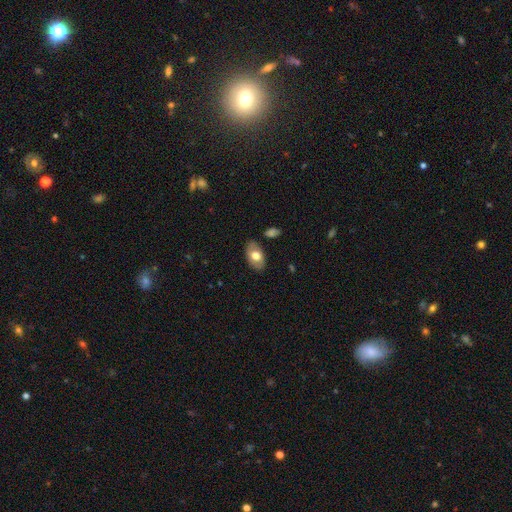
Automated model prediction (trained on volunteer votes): A smooth galaxy with no disk features (67%) that is in between round and cigar-shaped (92%).

Vote fractions:
- Smooth or featured? smooth: 67% / featured or disk: 27% / star or artifact: 6%
- How rounded? in between: 92% / round: 7% / cigar-shaped: 1%
- Merging? none: 82% / minor disturbance: 13% / major disturbance: 3% / merger: 2%